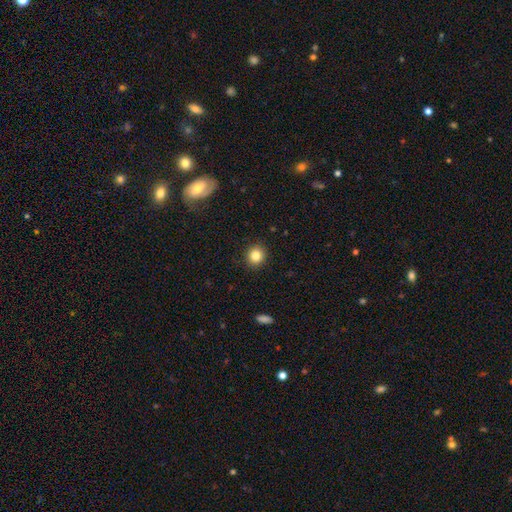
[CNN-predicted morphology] smooth 84%, star or artifact 11%, featured or disk 5%. Down the decision tree: how rounded — round (86%); merging — none (91%).